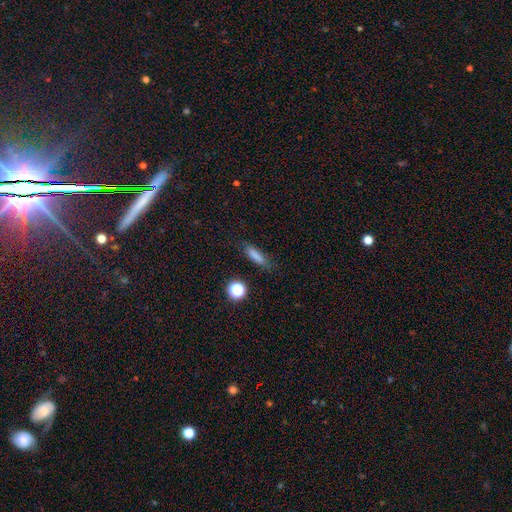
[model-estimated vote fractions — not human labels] smooth_or_featured: smooth (p=0.79) [alt: star or artifact p=0.11]
how_rounded: cigar-shaped (p=0.70) [alt: in between p=0.26]
merging: none (p=0.81) [alt: minor disturbance p=0.13]